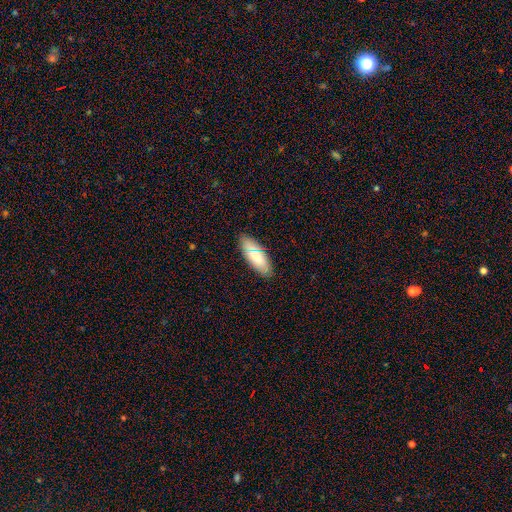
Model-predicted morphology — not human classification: Overall: smooth (78%). How rounded: in between (71%). Merging: none (85%).